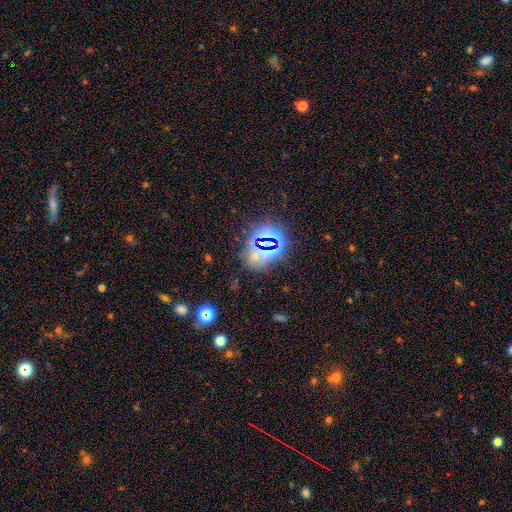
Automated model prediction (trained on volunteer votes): A star or artifact, not a galaxy (71%).